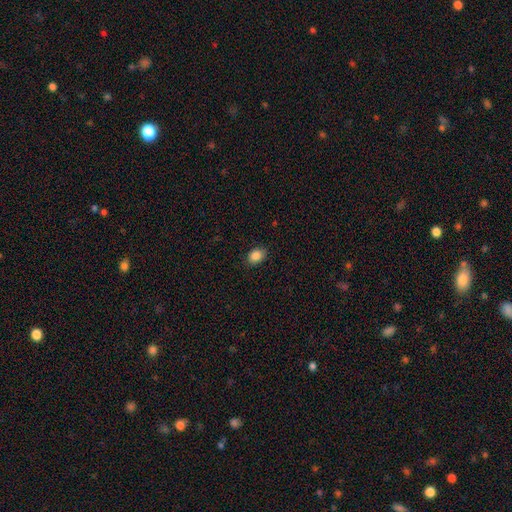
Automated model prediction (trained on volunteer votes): Smooth or featured?
  - smooth: 87% *
  - star or artifact: 9%
  - featured or disk: 4%
How rounded?
  - in between: 73% *
  - round: 26%
  - cigar-shaped: 1%
Merging?
  - none: 85% *
  - minor disturbance: 11%
  - major disturbance: 3%
  - merger: 1%